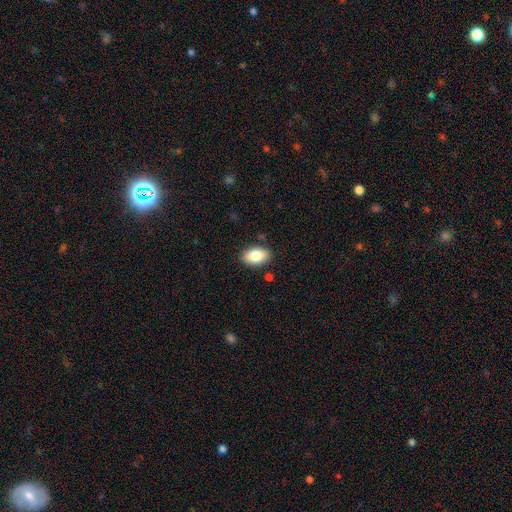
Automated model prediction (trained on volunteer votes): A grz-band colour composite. It shows a smooth galaxy with no disk features (82%) that is in between round and cigar-shaped (91%). Merging: none (85%).